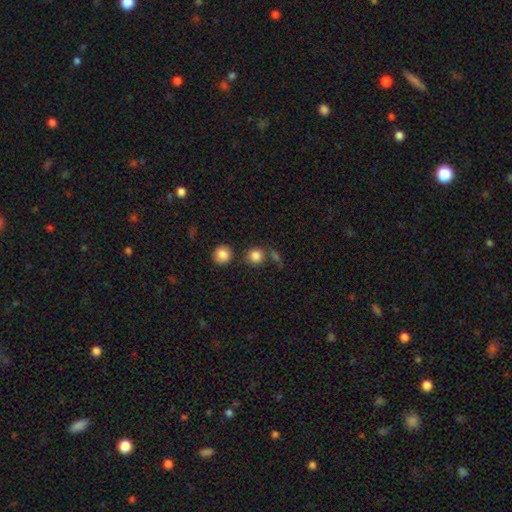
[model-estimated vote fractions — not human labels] Smooth or featured: smooth — 84% (star or artifact — 11%)
How rounded: round — 90% (in between — 9%)
Merging: none — 73% (merger — 14%)